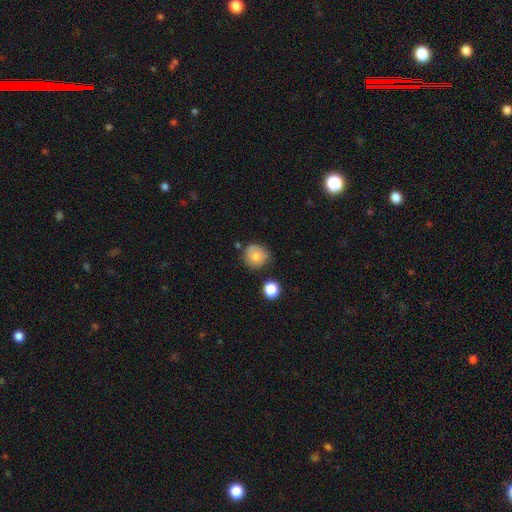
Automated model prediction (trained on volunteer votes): Smooth or featured?
  - smooth: 80% *
  - featured or disk: 11%
  - star or artifact: 9%
How rounded?
  - round: 88% *
  - in between: 12%
  - cigar-shaped: 1%
Merging?
  - none: 66% *
  - minor disturbance: 23%
  - major disturbance: 6%
  - merger: 5%